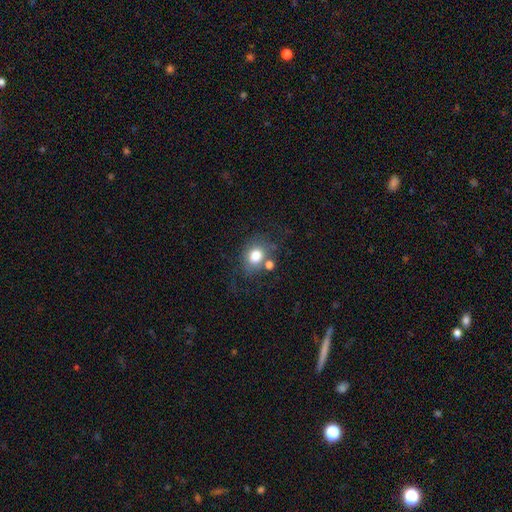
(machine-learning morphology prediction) Overall: smooth (76%). How rounded: round (60%; in between 39%). Merging: none (53%; merger 18%).